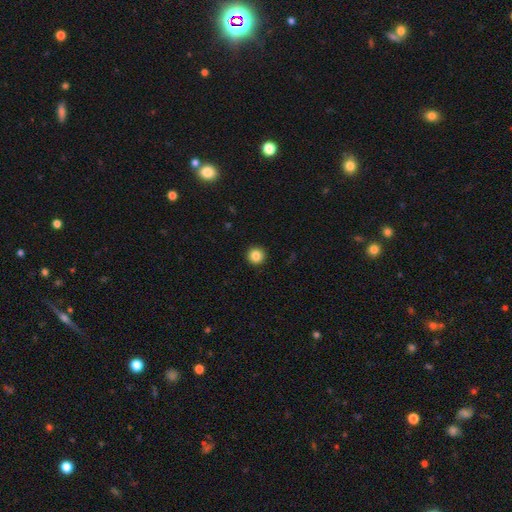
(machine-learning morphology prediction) This appears to be a smooth galaxy with no disk features (84%) that is round (96%). Merging: none (94%).